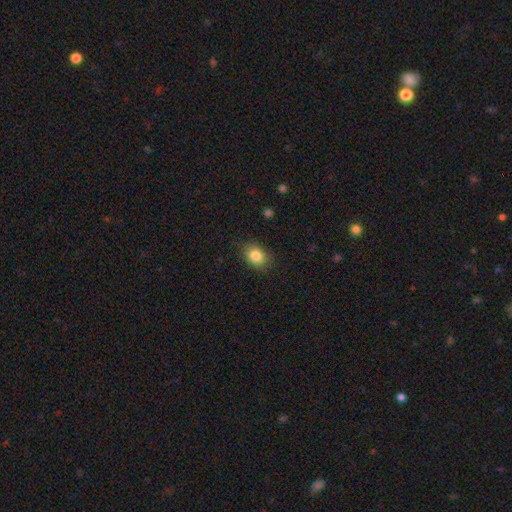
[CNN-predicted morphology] Smooth or featured: smooth — 84% (star or artifact — 9%)
How rounded: in between — 63% (round — 36%)
Merging: none — 85% (minor disturbance — 11%)